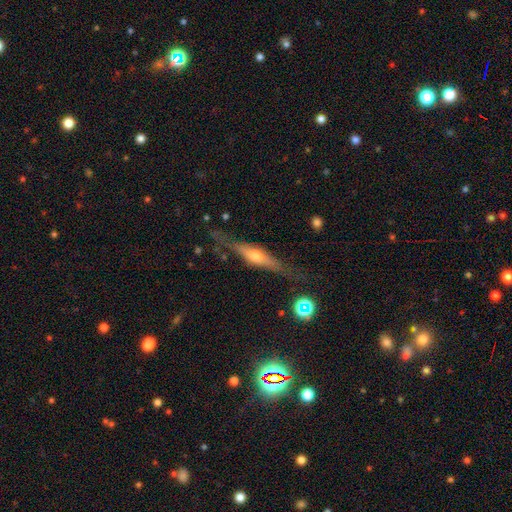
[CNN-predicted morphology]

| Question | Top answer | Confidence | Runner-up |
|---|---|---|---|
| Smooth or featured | featured or disk | 66% | smooth (27%) |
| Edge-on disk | yes | 92% | no (8%) |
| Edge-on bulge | rounded | 85% | boxy (8%) |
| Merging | none | 76% | minor disturbance (16%) |